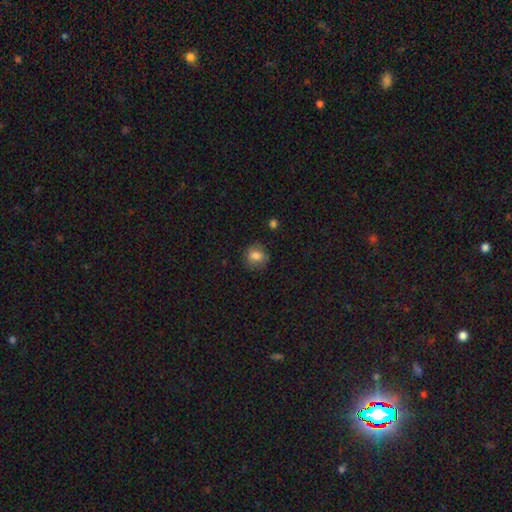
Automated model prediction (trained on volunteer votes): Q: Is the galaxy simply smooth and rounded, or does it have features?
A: smooth — 82%.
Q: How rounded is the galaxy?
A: round — 80%.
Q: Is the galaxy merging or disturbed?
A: none — 83%.